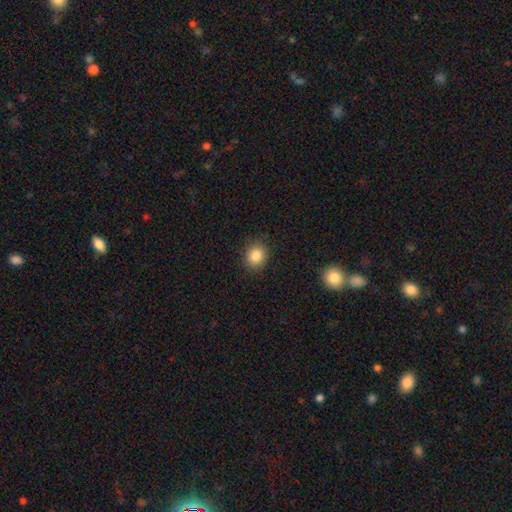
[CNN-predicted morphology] A smooth galaxy with no disk features (86%) that is round (69%). Merging: none (87%).